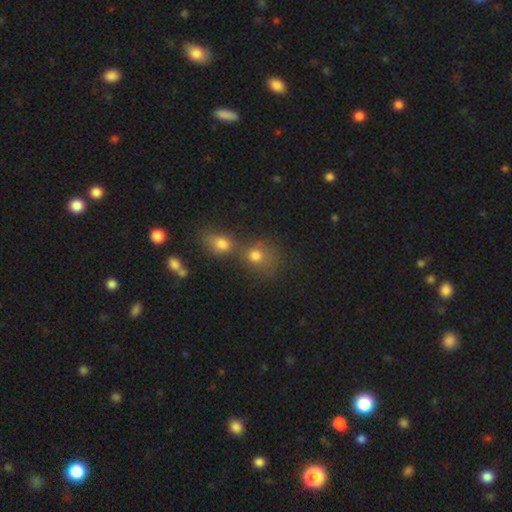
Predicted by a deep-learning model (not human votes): smooth-or-featured: smooth: 74% | star or artifact: 15% | featured or disk: 11%
  how-rounded: round: 68% | in between: 31% | cigar-shaped: 1%
  merging: merger: 57% | none: 31% | minor disturbance: 7% | major disturbance: 5%